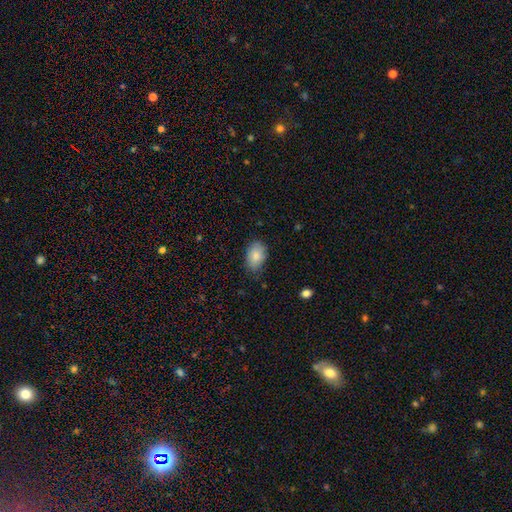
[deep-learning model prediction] Smooth or featured?
  - smooth: 85% *
  - featured or disk: 8%
  - star or artifact: 7%
How rounded?
  - in between: 88% *
  - round: 11%
  - cigar-shaped: 1%
Merging?
  - none: 73% *
  - minor disturbance: 22%
  - major disturbance: 4%
  - merger: 1%